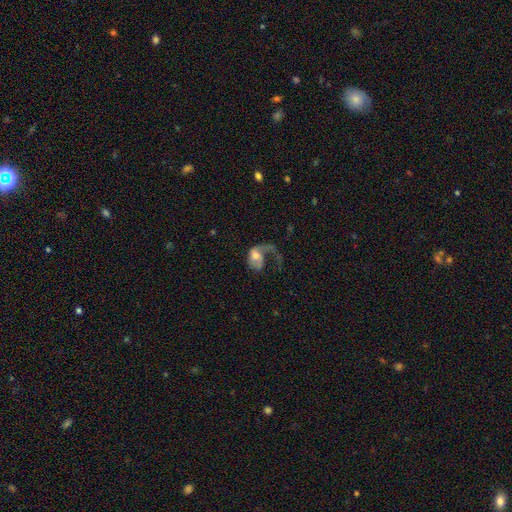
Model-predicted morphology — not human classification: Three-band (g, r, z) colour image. It shows a featured or disk galaxy (63%) with no bar (70%), spiral arms (78%) and a moderate central bulge (58%). Merging: major disturbance (61%).